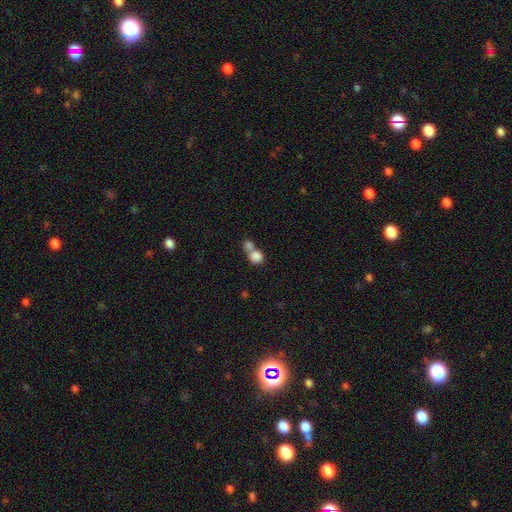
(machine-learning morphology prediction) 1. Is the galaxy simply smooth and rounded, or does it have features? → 83% smooth, 9% star or artifact, 8% featured or disk.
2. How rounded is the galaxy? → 79% round, 20% in between, 1% cigar-shaped.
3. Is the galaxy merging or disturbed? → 59% merger, 32% none, 6% minor disturbance, 3% major disturbance.